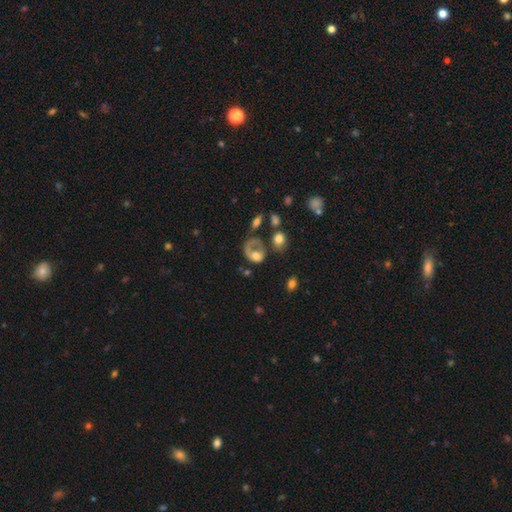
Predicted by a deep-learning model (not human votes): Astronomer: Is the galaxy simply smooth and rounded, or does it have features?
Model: smooth — 51% (runner-up: featured or disk, 40%).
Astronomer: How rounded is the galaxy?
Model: in between — 52% (runner-up: round, 47%).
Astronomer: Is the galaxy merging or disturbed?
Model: major disturbance — 46% (runner-up: none, 26%).